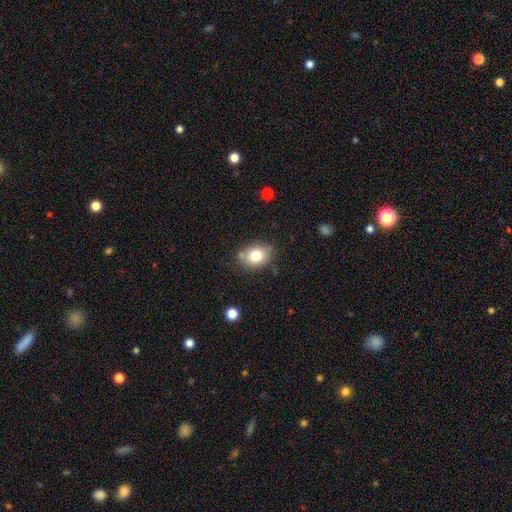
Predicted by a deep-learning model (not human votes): Smooth or featured? smooth (79%)
How rounded? in between (67%)
Merging? none (74%)